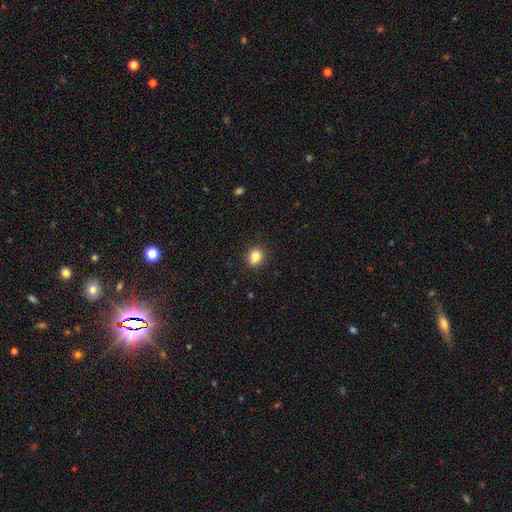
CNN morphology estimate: This is clearly a smooth galaxy (81%). How rounded: likely round (62%). Merging: likely none (74%).